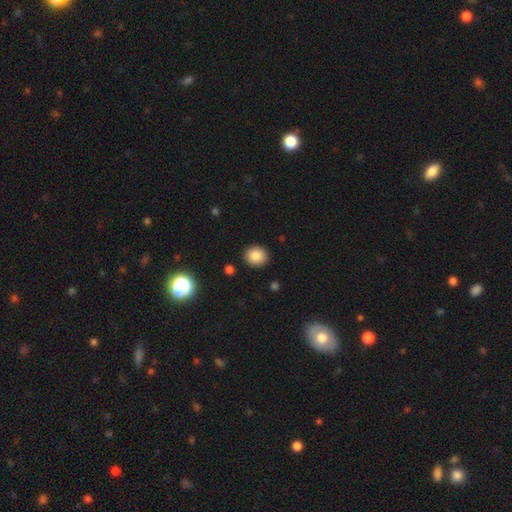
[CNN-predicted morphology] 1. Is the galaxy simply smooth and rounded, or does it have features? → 85% smooth, 10% star or artifact, 5% featured or disk.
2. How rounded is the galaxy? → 75% round, 24% in between, 1% cigar-shaped.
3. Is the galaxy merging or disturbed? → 91% none, 6% minor disturbance, 2% major disturbance, 1% merger.